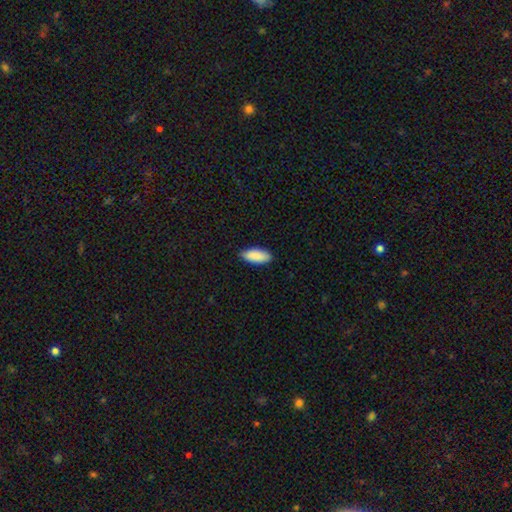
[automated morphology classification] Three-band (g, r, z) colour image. It shows a smooth galaxy with no disk features (90%) that is in between round and cigar-shaped (85%). Merging: none (85%).